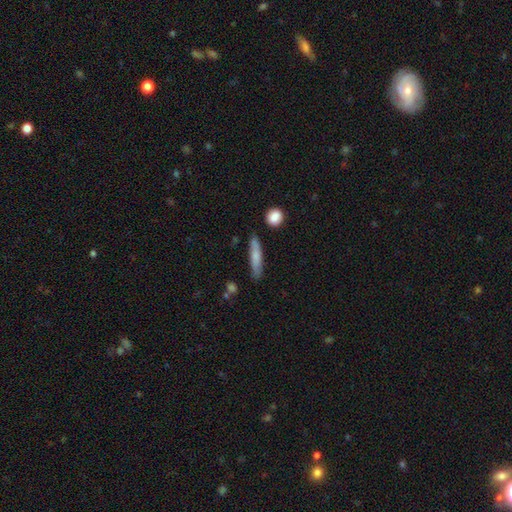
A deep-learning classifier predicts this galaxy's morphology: This is likely a smooth galaxy (74%). How rounded: clearly cigar-shaped (84%). Merging: likely none (77%).